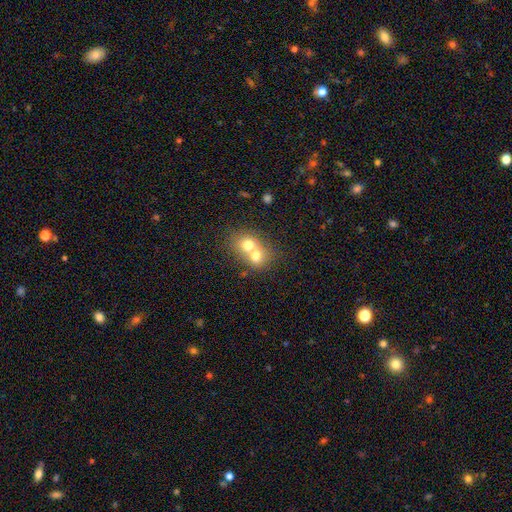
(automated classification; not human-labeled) This is likely a smooth galaxy (65%). How rounded: likely round (65%). Merging: likely merger (73%).